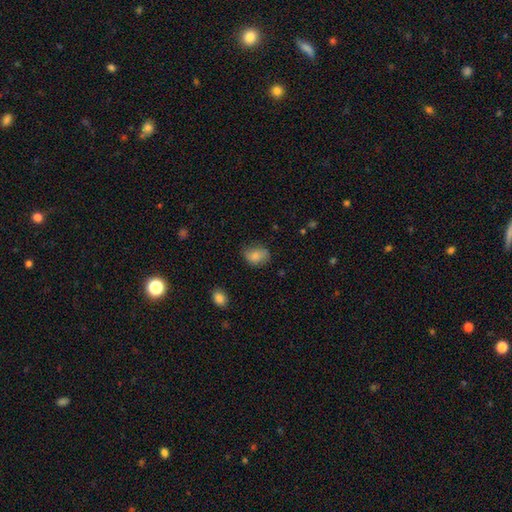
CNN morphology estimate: This appears to be a smooth galaxy with no disk features (82%) that is in between round and cigar-shaped (68%). Merging: none (64%).